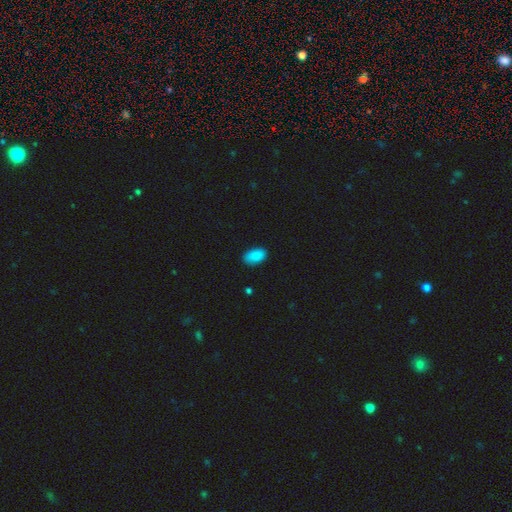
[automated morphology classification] Overall: smooth (88%). How rounded: in between (93%). Merging: none (82%).